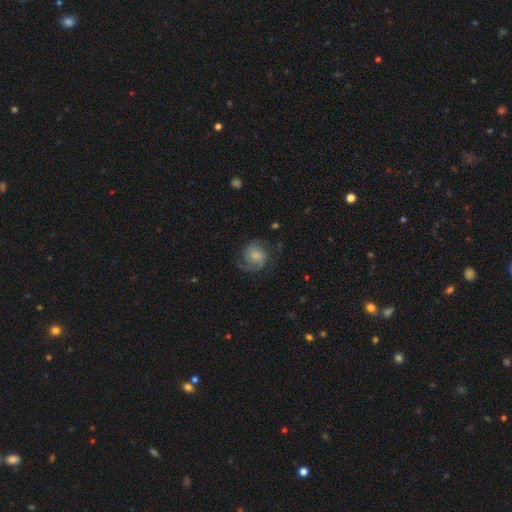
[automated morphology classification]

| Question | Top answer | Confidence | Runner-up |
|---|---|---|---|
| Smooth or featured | featured or disk | 66% | smooth (27%) |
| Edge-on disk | no | 98% | yes (2%) |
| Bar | no | 68% | weak (28%) |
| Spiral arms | yes | 93% | no (7%) |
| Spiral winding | medium | 46% | tight (31%) |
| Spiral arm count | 2 | 75% | can't tell (10%) |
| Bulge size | small | 41% | moderate (35%) |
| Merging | none | 68% | minor disturbance (18%) |